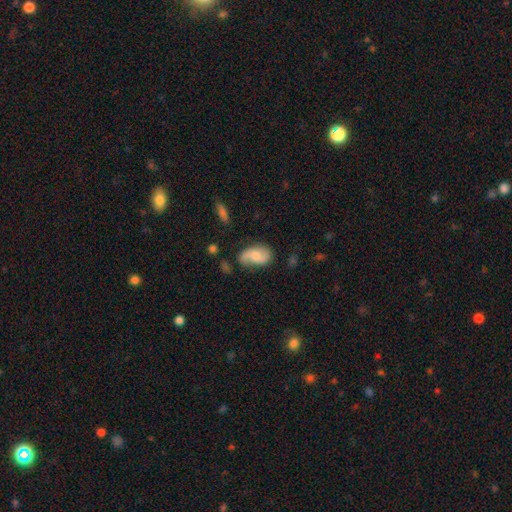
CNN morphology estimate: Smooth or featured?
  - featured or disk: 57% *
  - smooth: 36%
  - star or artifact: 8%
Edge-on disk?
  - no: 96% *
  - yes: 4%
Bar?
  - no: 62% *
  - weak: 33%
  - strong: 6%
Spiral arms?
  - yes: 91% *
  - no: 9%
Bulge size?
  - small: 37% * (tied)
  - moderate: 37% * (tied)
  - none: 18%
  - large: 6%
  - dominant: 2%
Merging?
  - none: 61% *
  - minor disturbance: 25%
  - major disturbance: 10%
  - merger: 4%